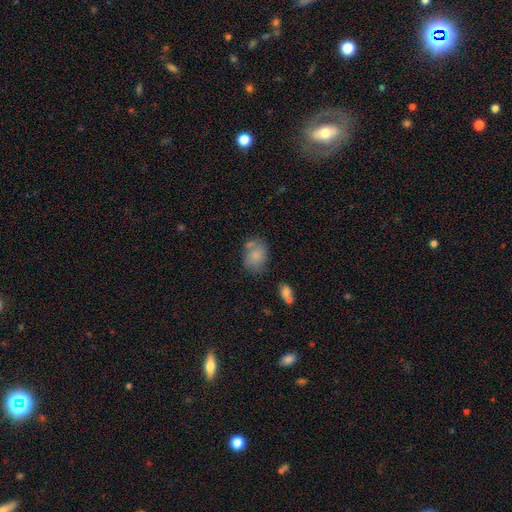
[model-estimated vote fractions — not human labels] Overall: smooth (77%). How rounded: in between (65%; round 34%). Merging: none (51%; minor disturbance 25%).